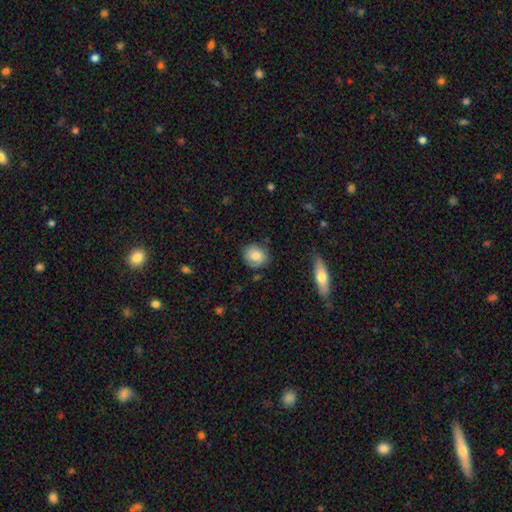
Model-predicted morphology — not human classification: smooth 79%, featured or disk 13%, star or artifact 8%. Down the decision tree: how rounded — round (70%); merging — none (75%).